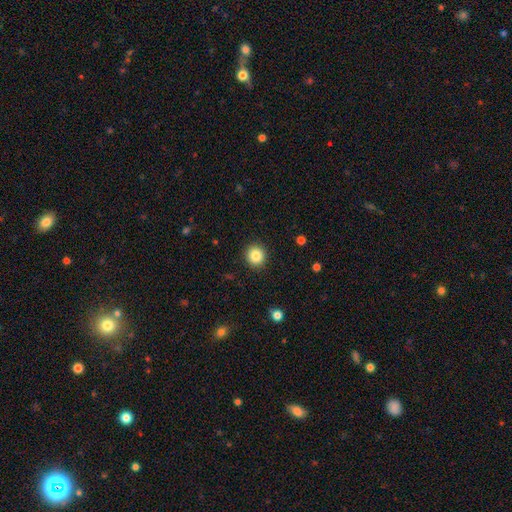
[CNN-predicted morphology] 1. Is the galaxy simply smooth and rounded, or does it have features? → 85% smooth, 10% star or artifact, 5% featured or disk.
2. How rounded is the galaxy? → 92% round, 8% in between, 1% cigar-shaped.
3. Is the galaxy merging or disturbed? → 92% none, 5% minor disturbance, 2% major disturbance, 1% merger.